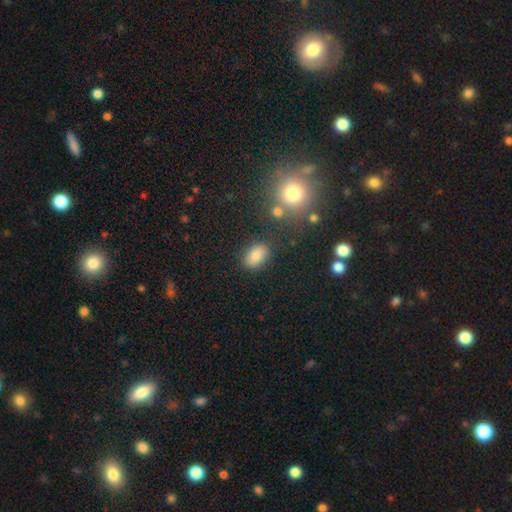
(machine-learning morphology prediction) Smooth or featured? Predicted: smooth (p=0.81). How rounded? Predicted: in between (p=0.86). Merging? Predicted: none (p=0.85).